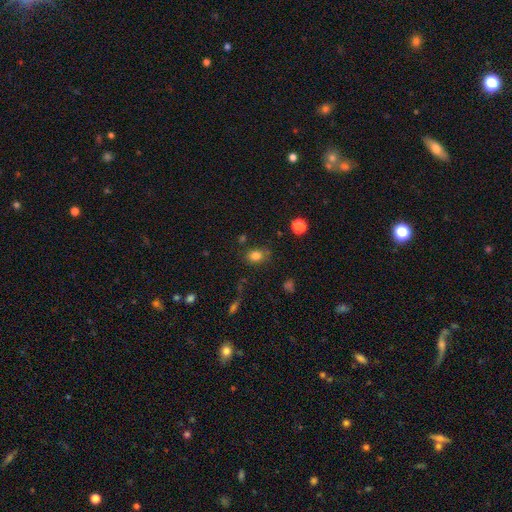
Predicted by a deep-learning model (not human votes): A smooth galaxy with no disk features (81%) that is in between round and cigar-shaped (61%). Merging: none (75%).